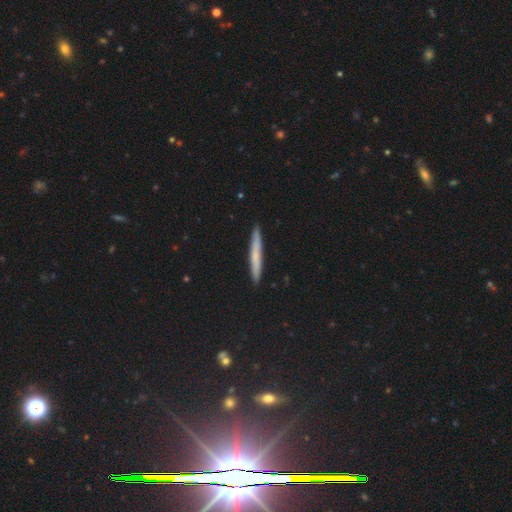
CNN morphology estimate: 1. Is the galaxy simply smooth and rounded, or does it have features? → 62% smooth, 31% featured or disk, 8% star or artifact.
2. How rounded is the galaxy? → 96% cigar-shaped, 2% in between, 1% round.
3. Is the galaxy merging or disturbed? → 92% none, 6% minor disturbance, 1% major disturbance, 1% merger.